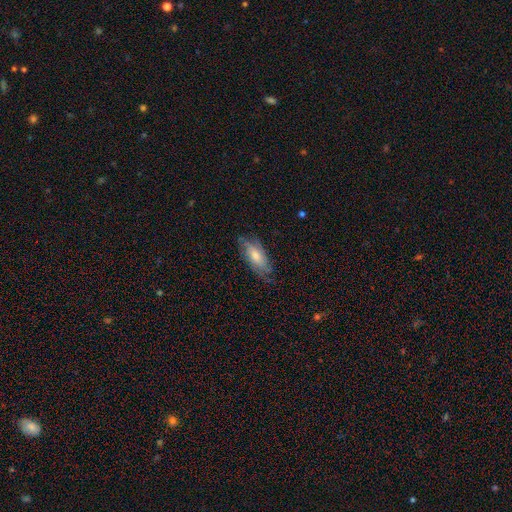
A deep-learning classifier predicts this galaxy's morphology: featured or disk 50%, smooth 43%, star or artifact 7%. Down the decision tree: edge-on disk — no (84%); merging — none (69%).